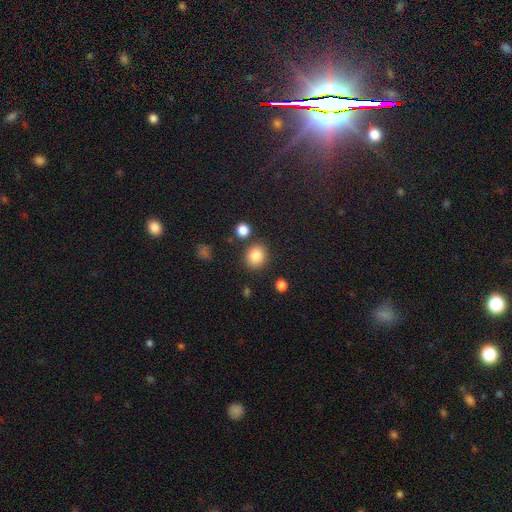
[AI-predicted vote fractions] Smooth or featured? Predicted: smooth (p=0.84). How rounded? Predicted: round (p=0.80). Merging? Predicted: none (p=0.83).